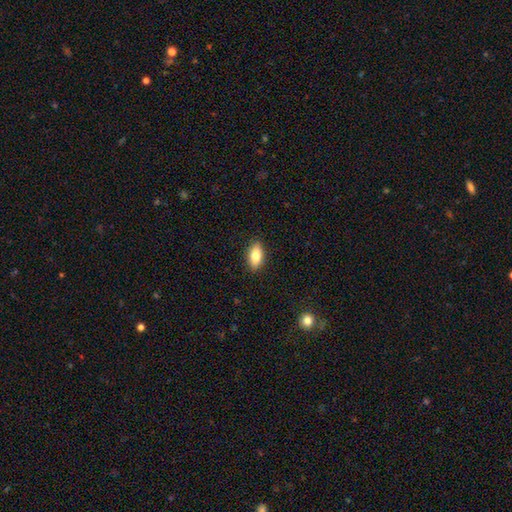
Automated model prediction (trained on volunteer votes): This is clearly a smooth galaxy (81%). How rounded: clearly in between (88%). Merging: clearly none (89%).